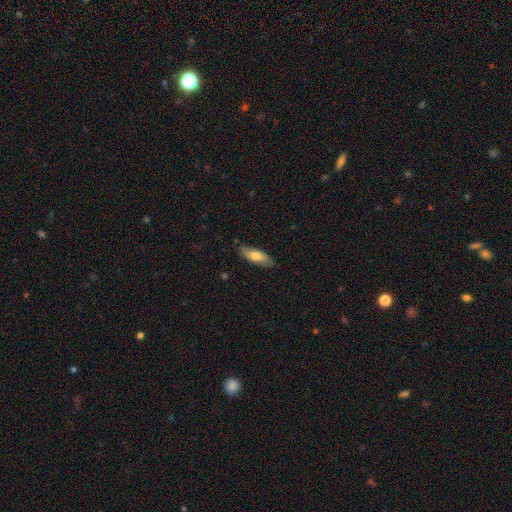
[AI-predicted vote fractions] Q: Smooth or featured?
A: smooth (72%); runner-up: featured or disk (22%)
Q: How rounded?
A: in between (57%); runner-up: cigar-shaped (41%)
Q: Merging?
A: none (84%); runner-up: minor disturbance (13%)